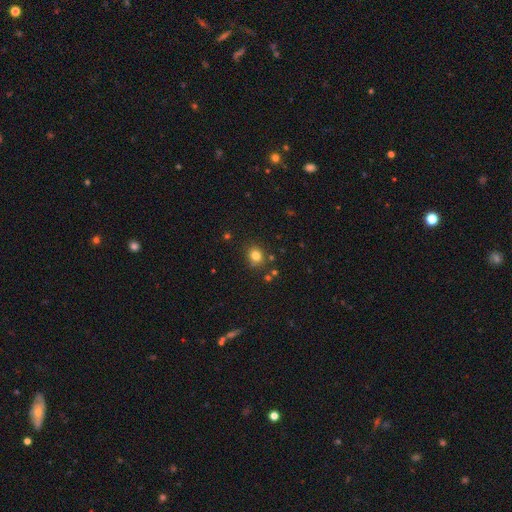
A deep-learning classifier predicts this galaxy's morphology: Smooth or featured? Predicted: smooth (p=0.79). How rounded? Predicted: round (p=0.73). Merging? Predicted: none (p=0.81).